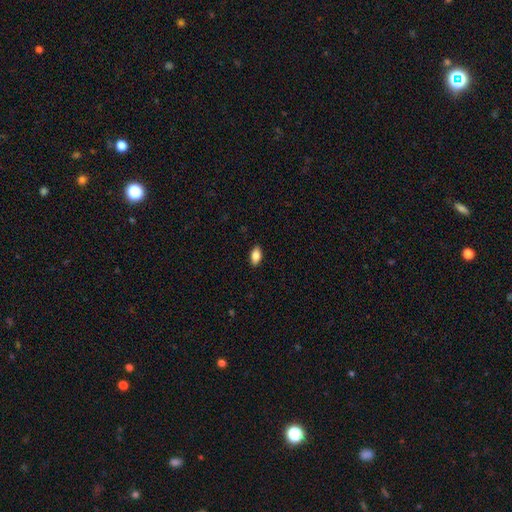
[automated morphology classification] The model was most divided on "smooth or featured": smooth: 85%, featured or disk: 8%, star or artifact: 7%. More confident: how rounded — in between (91%); merging — none (89%).